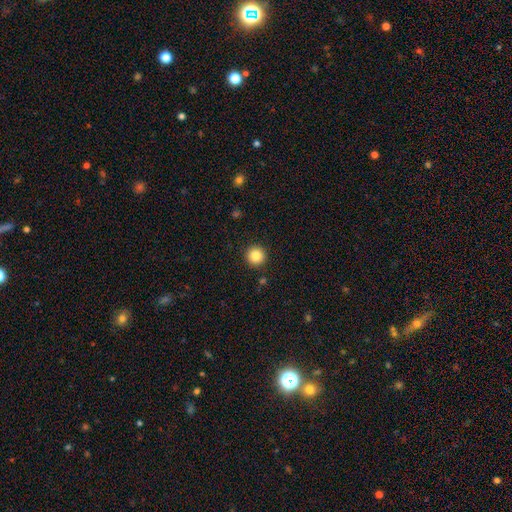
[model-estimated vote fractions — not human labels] Smooth or featured? smooth (85%)
How rounded? round (96%)
Merging? none (92%)